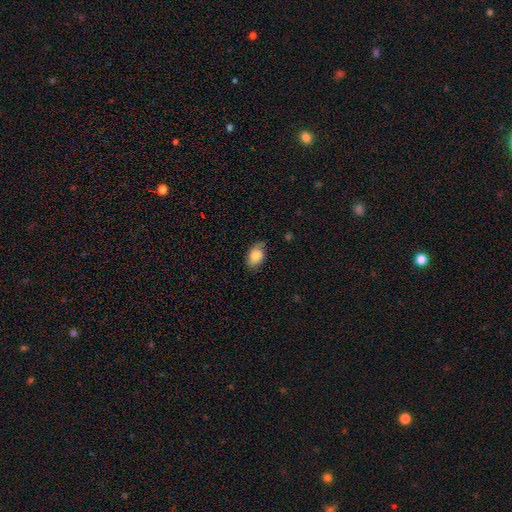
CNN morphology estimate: Smooth or featured: smooth — 82% (featured or disk — 11%)
How rounded: in between — 88% (round — 10%)
Merging: none — 69% (minor disturbance — 24%)